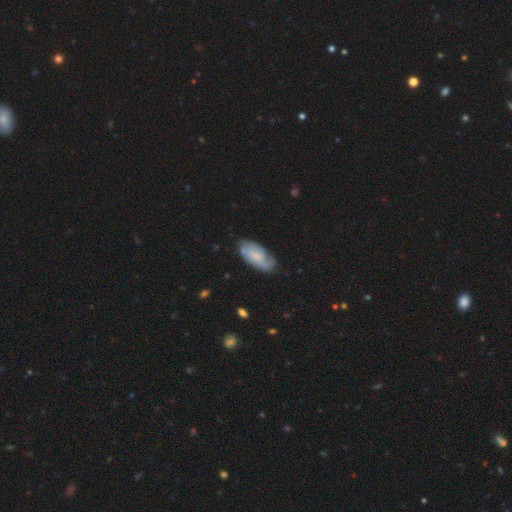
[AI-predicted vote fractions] The model was most divided on "smooth or featured": featured or disk: 52%, smooth: 42%, star or artifact: 6%. More confident: edge-on disk — no (92%); merging — none (71%).